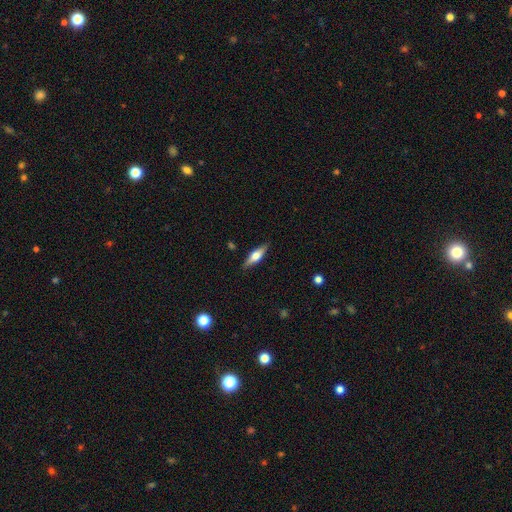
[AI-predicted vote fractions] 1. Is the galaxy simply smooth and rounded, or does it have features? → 53% featured or disk, 40% smooth, 6% star or artifact.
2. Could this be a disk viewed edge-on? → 93% yes, 7% no.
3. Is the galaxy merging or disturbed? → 87% none, 9% minor disturbance, 2% major disturbance, 1% merger.